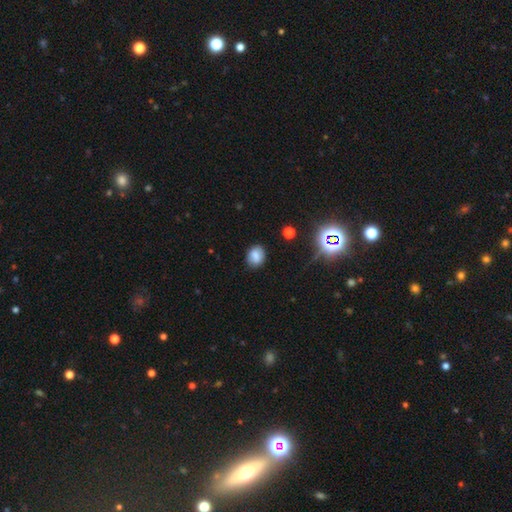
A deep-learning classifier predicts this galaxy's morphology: Smooth or featured: smooth — 77% (star or artifact — 13%)
How rounded: in between — 56% (round — 42%)
Merging: none — 81% (minor disturbance — 14%)